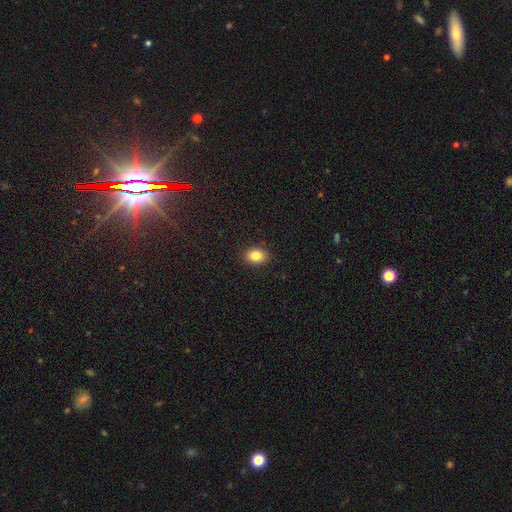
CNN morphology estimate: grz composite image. It shows a smooth galaxy with no disk features (84%) that is in between round and cigar-shaped (68%). Merging: none (89%).